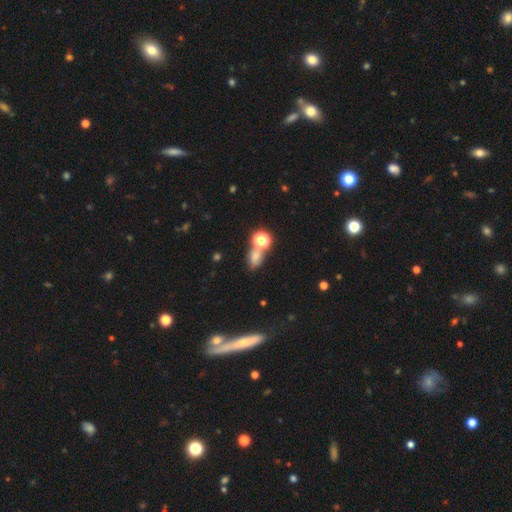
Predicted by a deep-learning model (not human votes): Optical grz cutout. It shows a smooth galaxy with no disk features (59%) that is in between round and cigar-shaped (57%). Merging: none (46%).